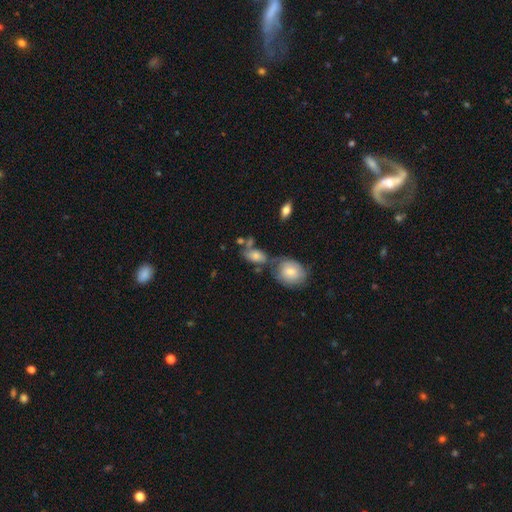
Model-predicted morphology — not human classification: smooth 68%, featured or disk 23%, star or artifact 9%. Down the decision tree: how rounded — in between (85%); merging — none (40%).